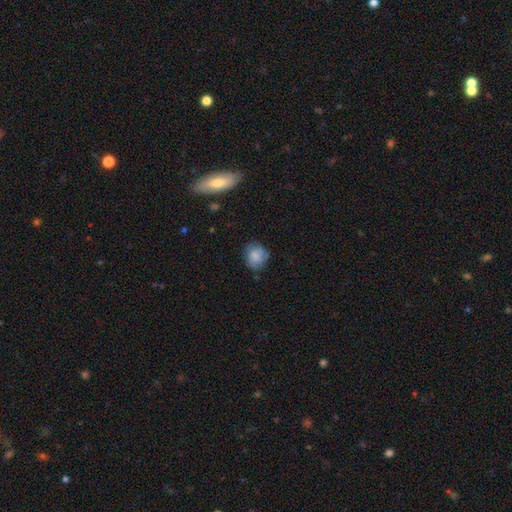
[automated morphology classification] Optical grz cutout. It shows a smooth galaxy with no disk features (78%) that is round (72%). Merging: none (70%).